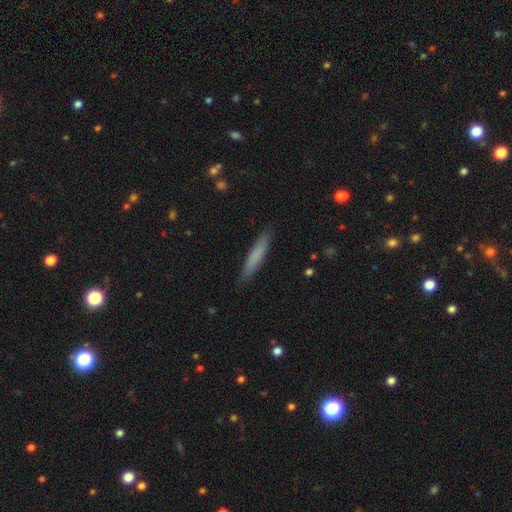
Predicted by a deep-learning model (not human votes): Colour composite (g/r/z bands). It shows a smooth galaxy with no disk features (75%) that is cigar-shaped (92%). Merging: none (88%).